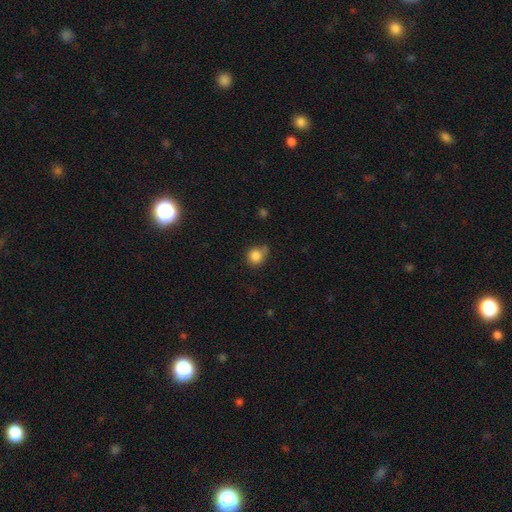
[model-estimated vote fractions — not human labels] smooth-or-featured: smooth: 84% | star or artifact: 10% | featured or disk: 6%
  how-rounded: round: 86% | in between: 13% | cigar-shaped: 1%
  merging: none: 62% | minor disturbance: 24% | merger: 8% | major disturbance: 7%